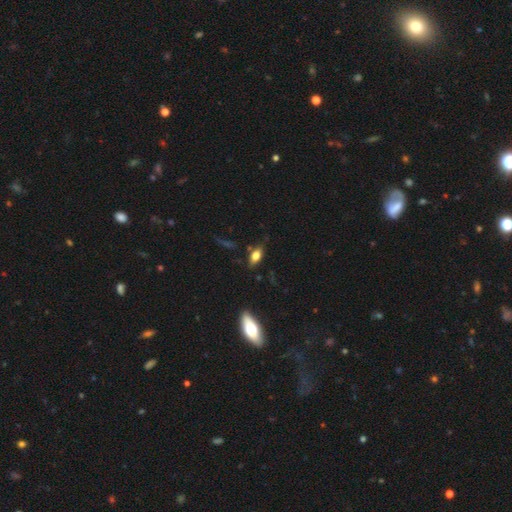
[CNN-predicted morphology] Smooth or featured? Predicted: smooth (p=0.67). How rounded? Predicted: in between (p=0.81). Merging? Predicted: none (p=0.73).